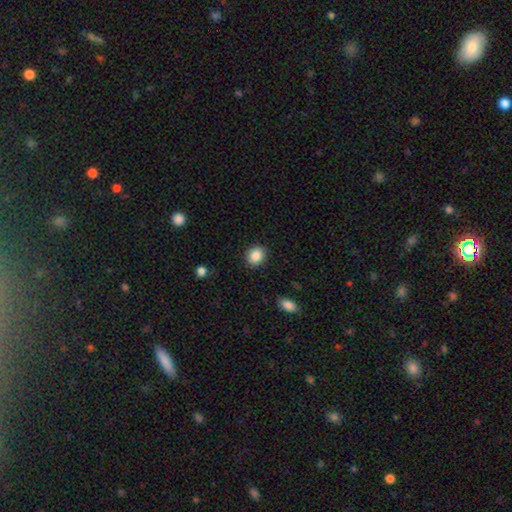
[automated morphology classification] smooth-or-featured: smooth: 88% | star or artifact: 8% | featured or disk: 3%
  how-rounded: round: 65% | in between: 34% | cigar-shaped: 1%
  merging: none: 89% | minor disturbance: 8% | major disturbance: 2% | merger: 1%